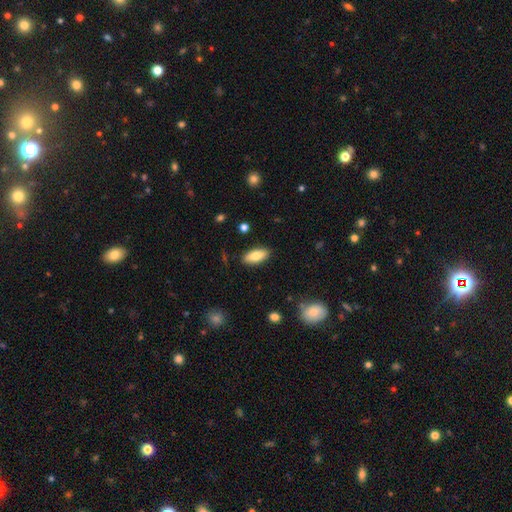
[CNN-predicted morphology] smooth-or-featured: smooth: 80% | featured or disk: 13% | star or artifact: 7%
  how-rounded: in between: 84% | cigar-shaped: 14% | round: 2%
  merging: none: 88% | minor disturbance: 9% | major disturbance: 2% | merger: 1%